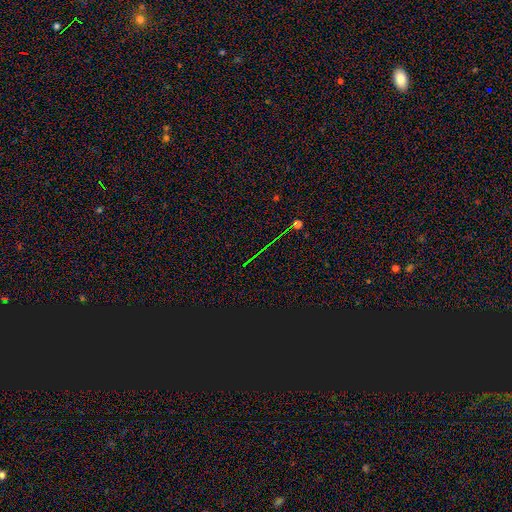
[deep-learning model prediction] This is clearly a star or artifact rather than a galaxy (81%).